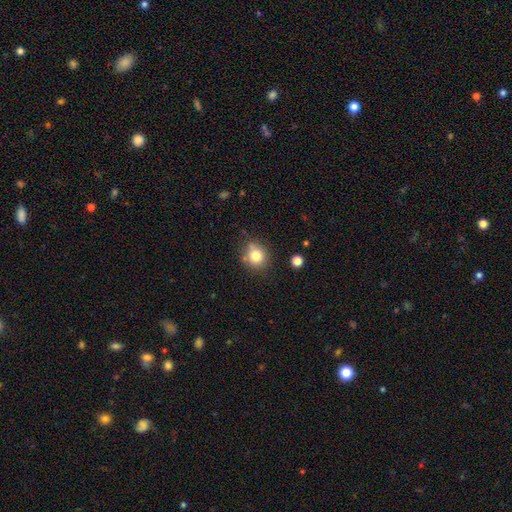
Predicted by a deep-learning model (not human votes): Smooth or featured: smooth — 80% (star or artifact — 11%)
How rounded: round — 78% (in between — 21%)
Merging: none — 71% (minor disturbance — 17%)